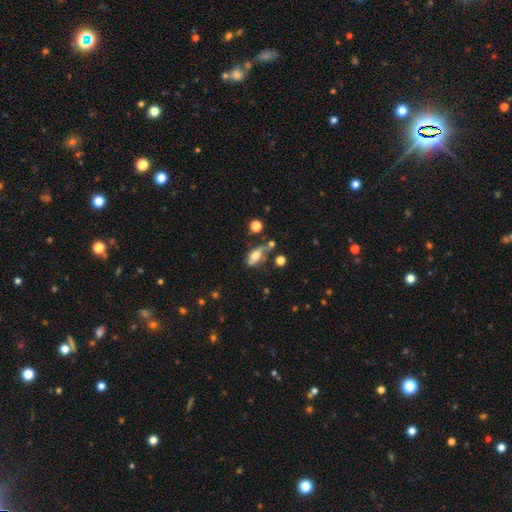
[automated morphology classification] smooth-or-featured: smooth: 62% | featured or disk: 28% | star or artifact: 10%
  how-rounded: in between: 81% | cigar-shaped: 13% | round: 6%
  merging: none: 38% | minor disturbance: 27% | major disturbance: 18% | merger: 16%